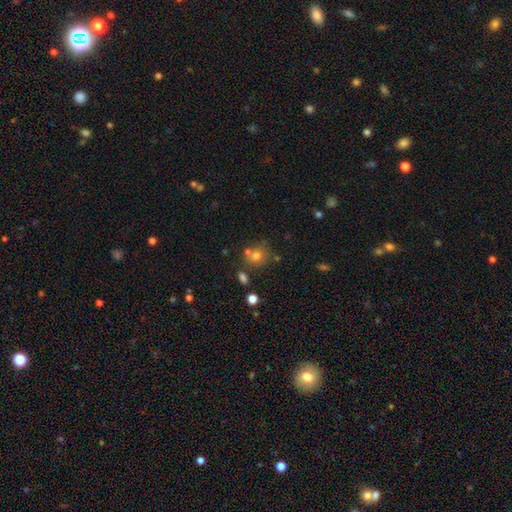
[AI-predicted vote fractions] Smooth or featured?
  - smooth: 69% *
  - star or artifact: 19%
  - featured or disk: 13%
How rounded?
  - round: 79% *
  - in between: 19%
  - cigar-shaped: 1%
Merging?
  - none: 62% *
  - merger: 20%
  - minor disturbance: 13%
  - major disturbance: 5%